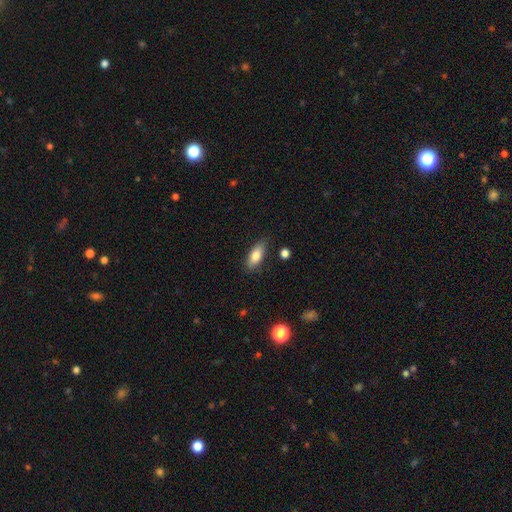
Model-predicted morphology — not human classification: This is likely a smooth galaxy (79%). How rounded: likely in between (79%). Merging: clearly none (81%).